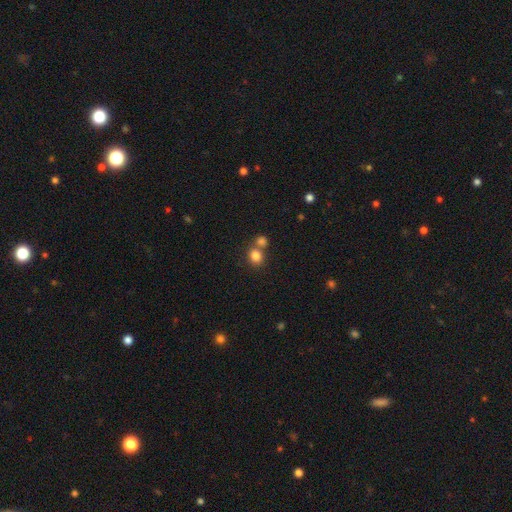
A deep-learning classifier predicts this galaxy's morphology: type=smooth (82%); roundness=round (71%); merging=none (53%).